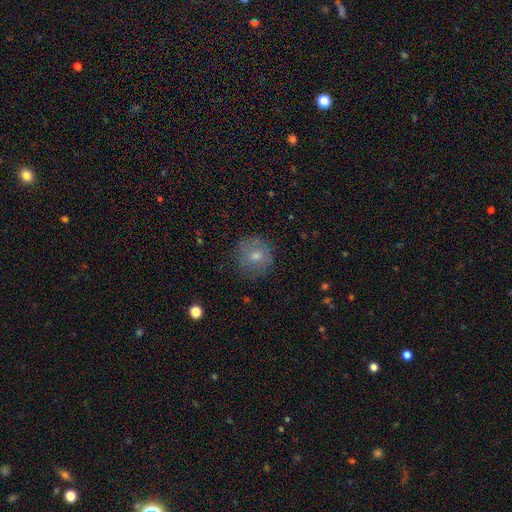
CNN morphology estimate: smooth_or_featured: smooth (p=0.62) [alt: featured or disk p=0.24]
how_rounded: round (p=0.91) [alt: in between p=0.08]
merging: none (p=0.81) [alt: minor disturbance p=0.13]